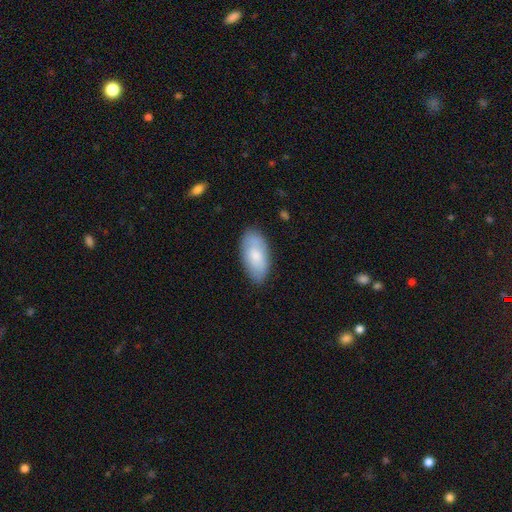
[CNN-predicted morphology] Smooth or featured: smooth — 76% (featured or disk — 18%)
How rounded: in between — 93% (cigar-shaped — 4%)
Merging: none — 81% (minor disturbance — 15%)